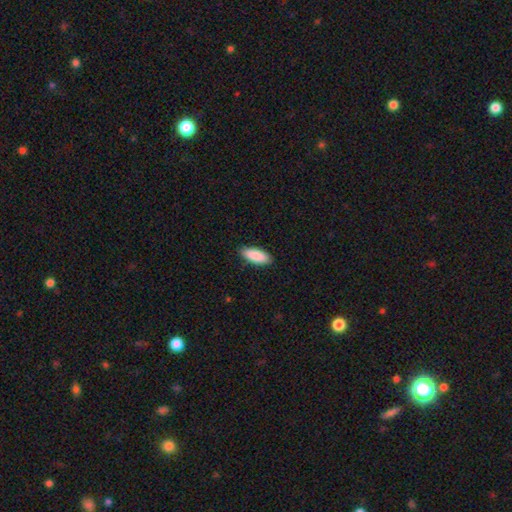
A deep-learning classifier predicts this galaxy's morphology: Smooth or featured: smooth — 90% (star or artifact — 6%)
How rounded: in between — 80% (cigar-shaped — 19%)
Merging: none — 88% (minor disturbance — 9%)